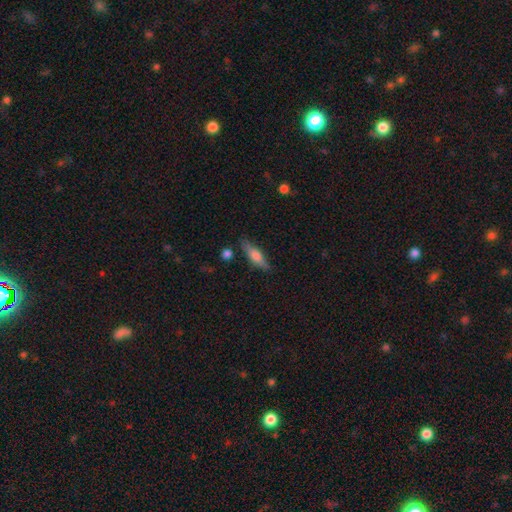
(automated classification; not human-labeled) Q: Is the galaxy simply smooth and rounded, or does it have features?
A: smooth — 59%.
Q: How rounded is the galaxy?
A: cigar-shaped — 57%.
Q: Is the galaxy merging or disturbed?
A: none — 78%.